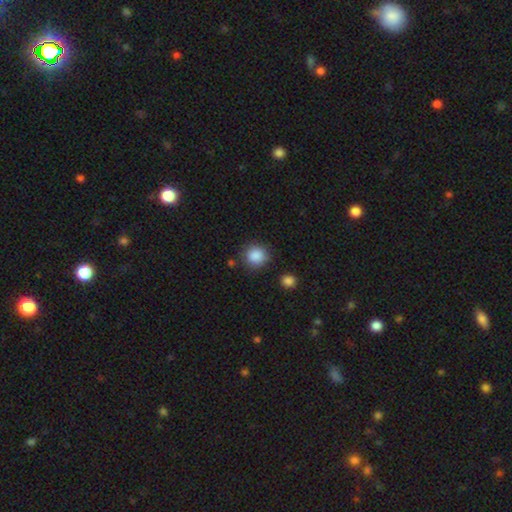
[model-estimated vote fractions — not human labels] The model was most divided on "merging": none: 84%, minor disturbance: 10%, major disturbance: 3%, merger: 3%. More confident: how rounded — round (91%); smooth or featured — smooth (88%).